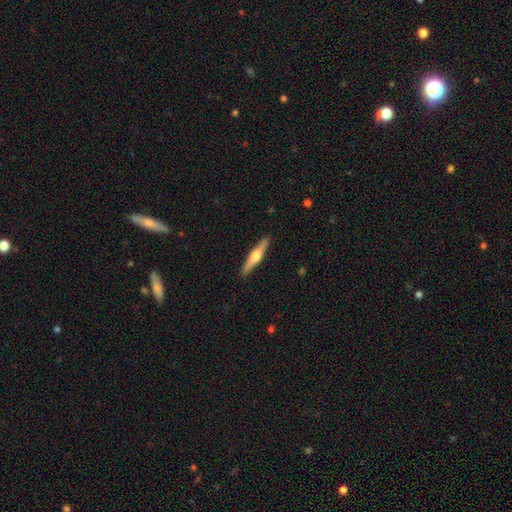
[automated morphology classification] type=featured or disk (59%); edge-on=yes (96%); edge-on bulge=rounded (93%); merging=none (91%).